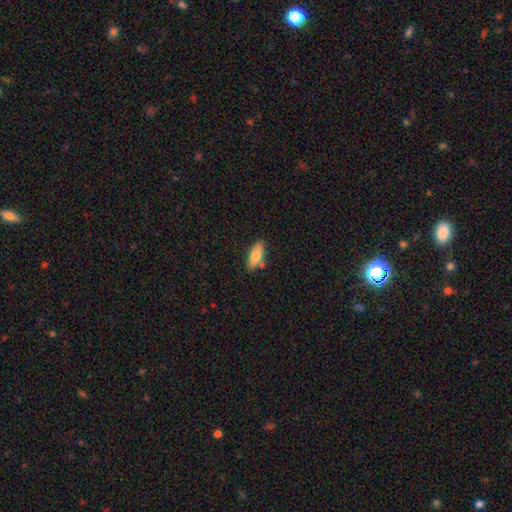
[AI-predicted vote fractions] Morphology: type=smooth (71%); roundness=in between (77%); merging=none (75%).